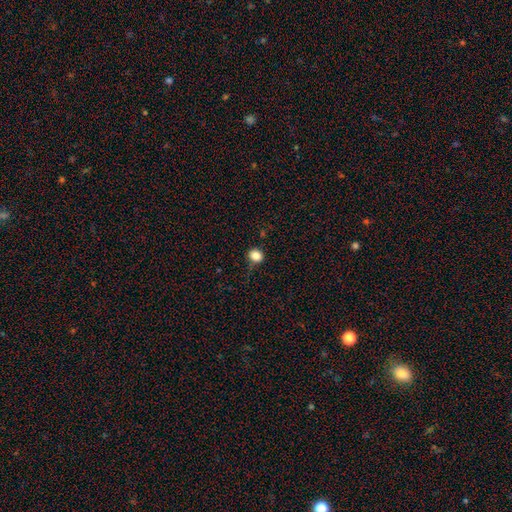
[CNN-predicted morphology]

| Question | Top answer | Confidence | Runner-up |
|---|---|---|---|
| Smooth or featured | smooth | 84% | star or artifact (11%) |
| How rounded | round | 79% | in between (20%) |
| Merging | none | 79% | minor disturbance (16%) |